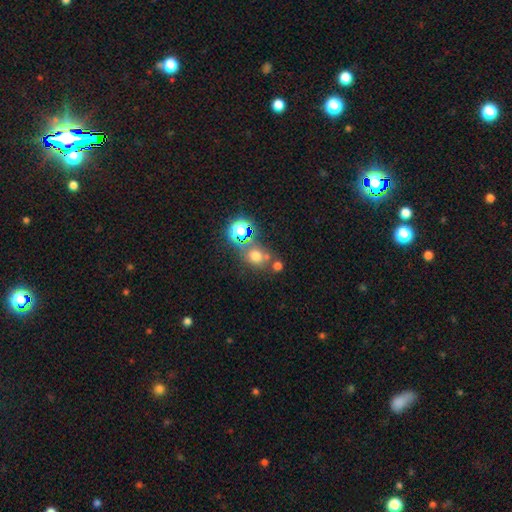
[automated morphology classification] A smooth galaxy with no disk features (62%) that is round (70%). Merging: none (58%).